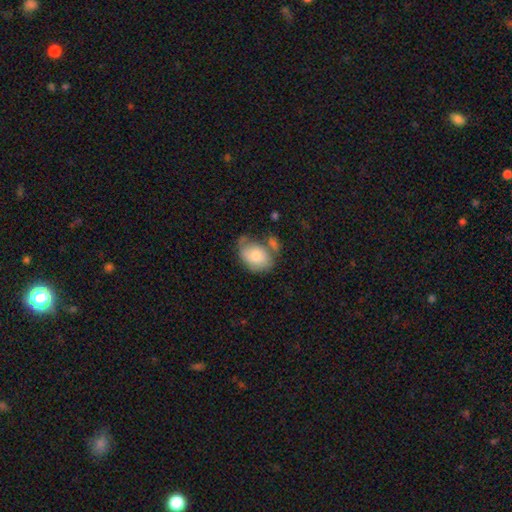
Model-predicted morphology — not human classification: A smooth galaxy with no disk features (76%) that is in between round and cigar-shaped (77%). Merging: none (39%).